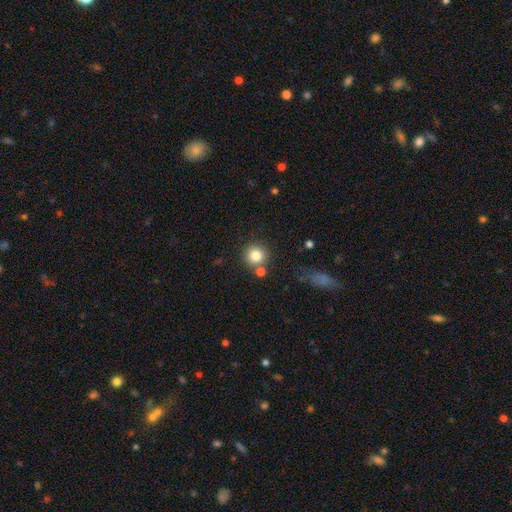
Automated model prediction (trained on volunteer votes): Smooth or featured: smooth — 81% (star or artifact — 11%)
How rounded: round — 94% (in between — 5%)
Merging: none — 77% (merger — 11%)